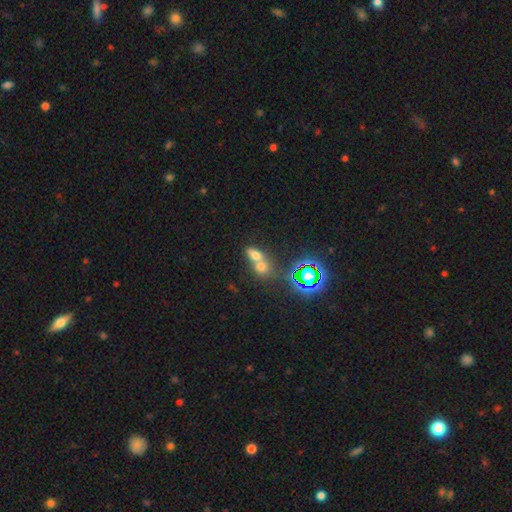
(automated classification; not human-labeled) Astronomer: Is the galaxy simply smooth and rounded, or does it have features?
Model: smooth — 61%.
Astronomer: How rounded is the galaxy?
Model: in between — 62%.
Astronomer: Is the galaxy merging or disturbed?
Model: merger — 66%.